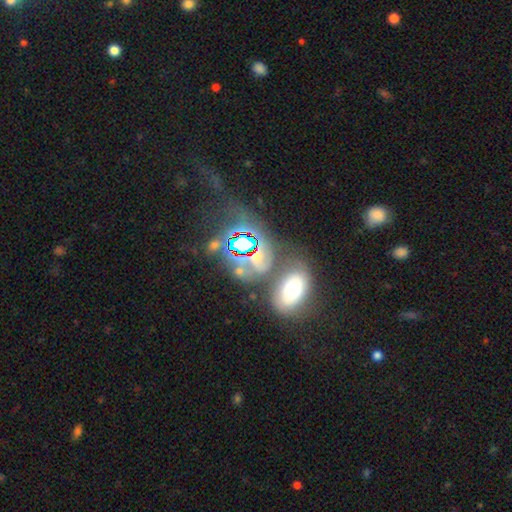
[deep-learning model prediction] Smooth or featured? star or artifact (49%)